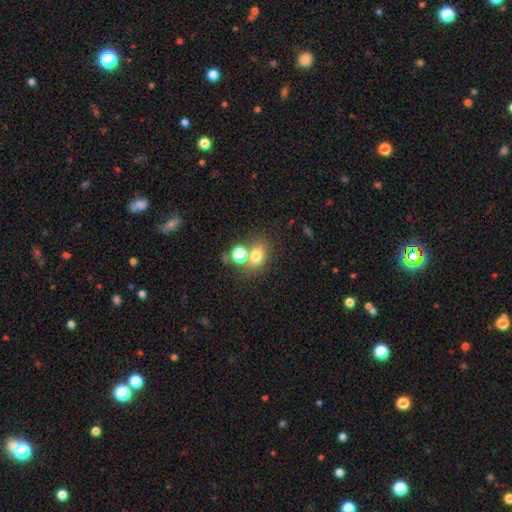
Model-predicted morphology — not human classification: Q: Smooth or featured?
A: smooth (73%); runner-up: star or artifact (16%)
Q: How rounded?
A: in between (51%); runner-up: round (47%)
Q: Merging?
A: none (54%); runner-up: merger (31%)